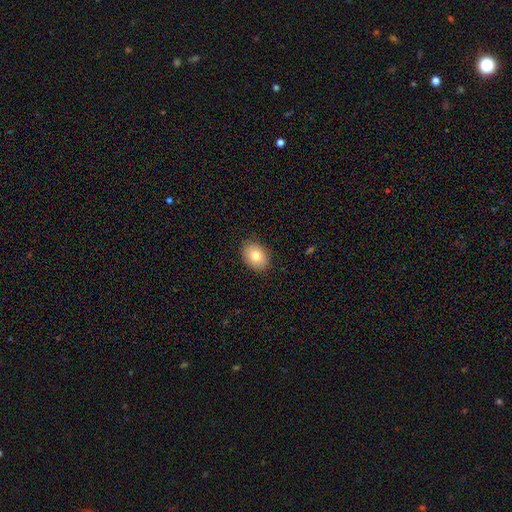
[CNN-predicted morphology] A smooth galaxy with no disk features (80%) that is in between round and cigar-shaped (67%). Merging: none (88%).